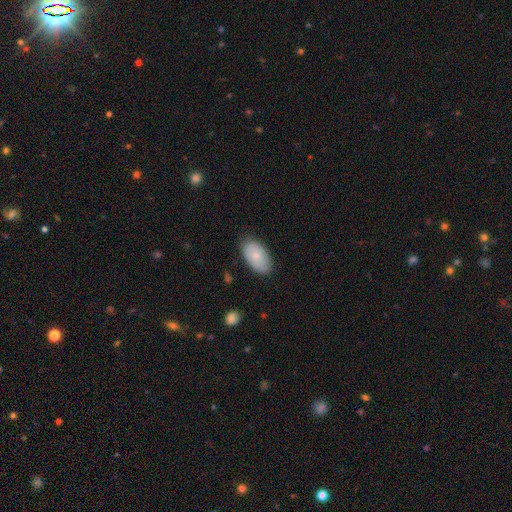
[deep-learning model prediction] This is likely a smooth galaxy (77%). How rounded: clearly in between (94%). Merging: likely none (79%).